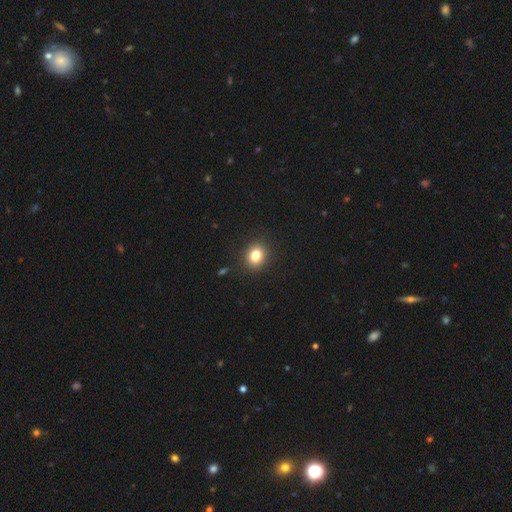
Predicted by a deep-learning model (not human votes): Smooth or featured? smooth (82%)
How rounded? round (63%)
Merging? none (89%)